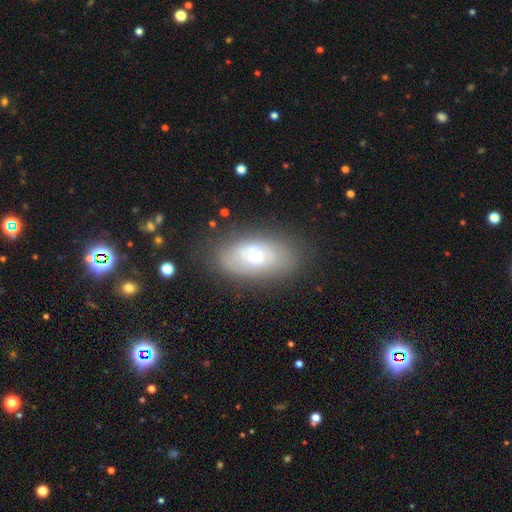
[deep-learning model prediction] Smooth or featured? Predicted: smooth (p=0.51). How rounded? Predicted: in between (p=0.87). Merging? Predicted: none (p=0.71).